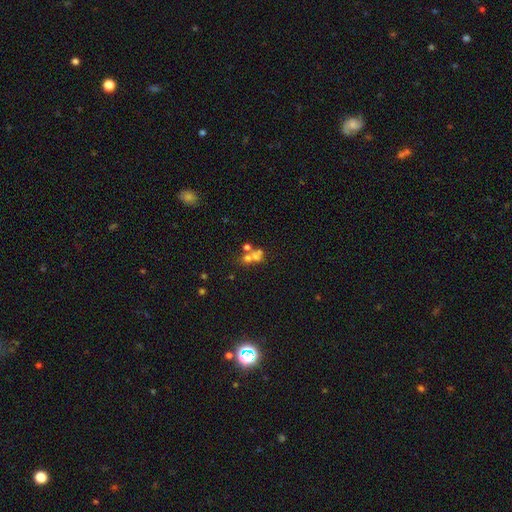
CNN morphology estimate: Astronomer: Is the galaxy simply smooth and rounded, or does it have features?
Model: smooth — 50% (runner-up: featured or disk, 28%).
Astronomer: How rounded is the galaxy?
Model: round — 64%.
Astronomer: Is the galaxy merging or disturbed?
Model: merger — 54% (runner-up: none, 30%).